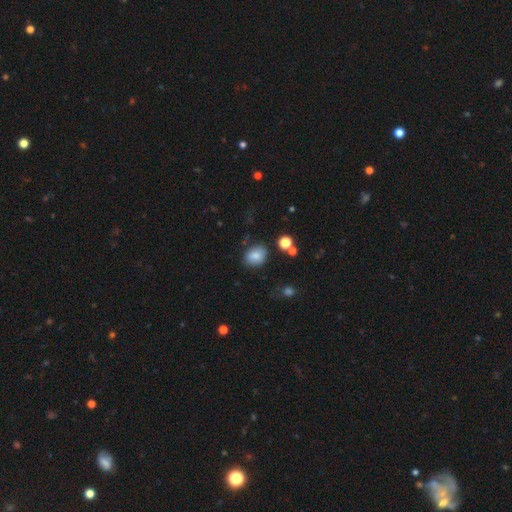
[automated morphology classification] A smooth galaxy with no disk features (81%) that is in between round and cigar-shaped (53%).

Vote fractions:
- Smooth or featured? smooth: 81% / star or artifact: 10% / featured or disk: 8%
- How rounded? in between: 53% / round: 46% / cigar-shaped: 1%
- Merging? none: 79% / minor disturbance: 13% / major disturbance: 4% / merger: 4%